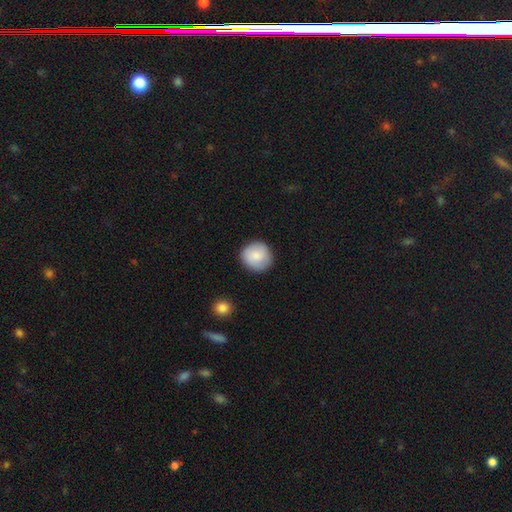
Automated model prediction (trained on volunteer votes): A smooth galaxy with no disk features (84%) that is round (93%). Merging: none (88%).